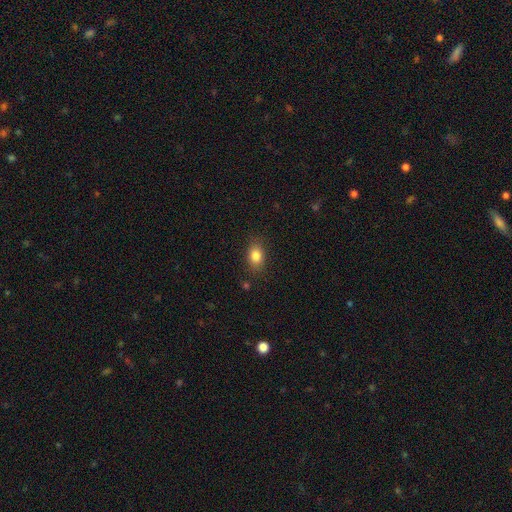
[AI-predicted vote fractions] Smooth or featured?
  - smooth: 84% *
  - star or artifact: 10%
  - featured or disk: 7%
How rounded?
  - in between: 73% *
  - round: 25%
  - cigar-shaped: 2%
Merging?
  - none: 83% *
  - minor disturbance: 12%
  - major disturbance: 3%
  - merger: 1%